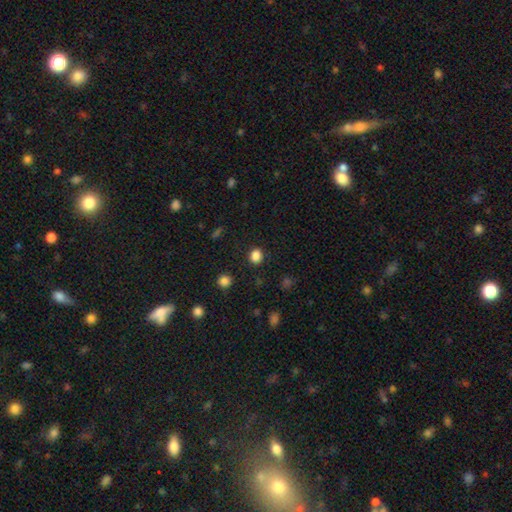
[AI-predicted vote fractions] A smooth galaxy with no disk features (85%) that is round (69%).

Vote fractions:
- Smooth or featured? smooth: 85% / star or artifact: 12% / featured or disk: 3%
- How rounded? round: 69% / in between: 30% / cigar-shaped: 1%
- Merging? none: 89% / minor disturbance: 7% / major disturbance: 2% / merger: 1%